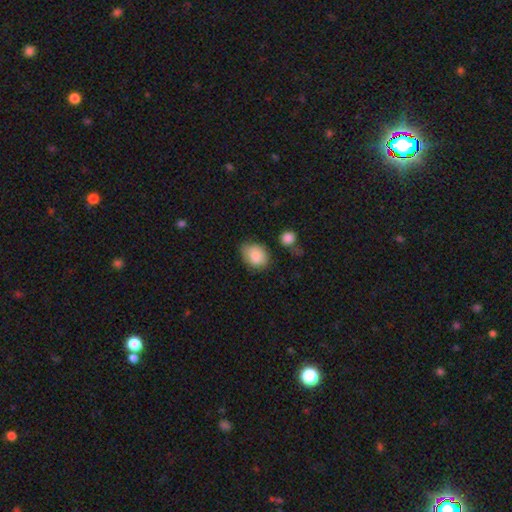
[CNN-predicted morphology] A smooth galaxy with no disk features (85%) that is in between round and cigar-shaped (60%).

Vote fractions:
- Smooth or featured? smooth: 85% / featured or disk: 7% / star or artifact: 7%
- How rounded? in between: 60% / round: 39% / cigar-shaped: 1%
- Merging? none: 58% / minor disturbance: 30% / major disturbance: 7% / merger: 5%